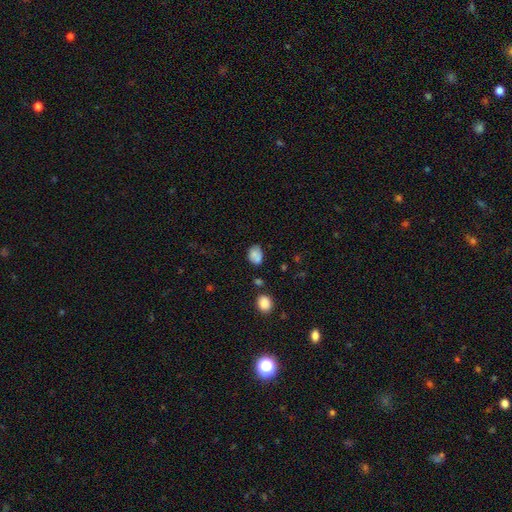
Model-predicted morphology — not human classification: Smooth or featured? Predicted: smooth (p=0.78). How rounded? Predicted: in between (p=0.71). Merging? Predicted: none (p=0.54).